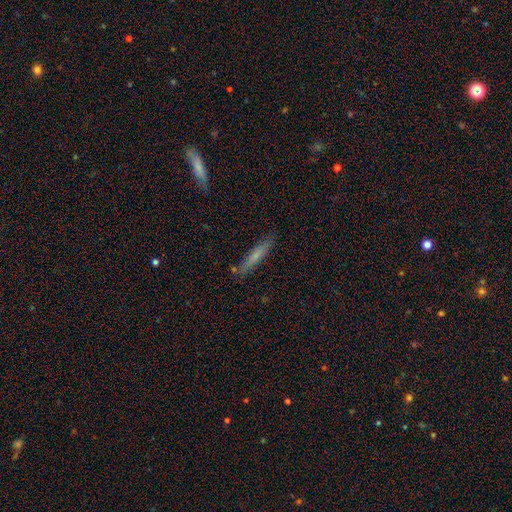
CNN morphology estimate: Smooth or featured: smooth — 66% (featured or disk — 27%)
How rounded: cigar-shaped — 92% (in between — 7%)
Merging: none — 81% (minor disturbance — 13%)